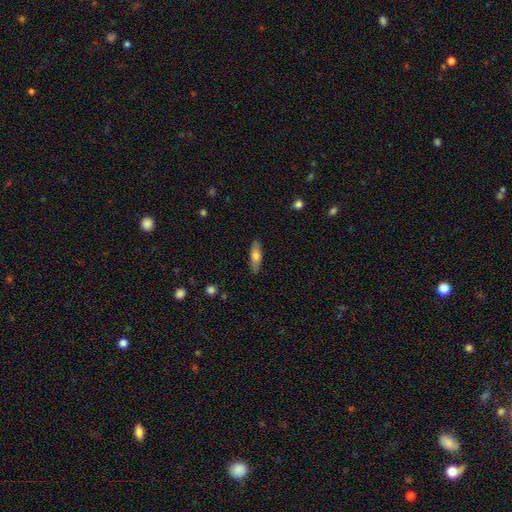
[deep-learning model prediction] Overall: smooth (67%). How rounded: in between (51%; cigar-shaped 46%). Merging: none (86%).